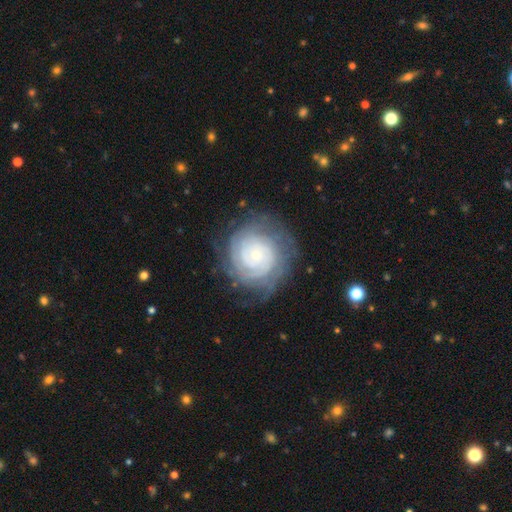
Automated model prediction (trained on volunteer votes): Smooth or featured? Predicted: featured or disk (p=0.79). Edge-on disk? Predicted: no (p=0.98). Bar? Predicted: no (p=0.80). Spiral arms? Predicted: yes (p=0.95). Spiral winding? Predicted: tight (p=0.83). Spiral arm count? Predicted: can't tell (p=0.38). Bulge size? Predicted: small (p=0.82). Merging? Predicted: none (p=0.75).